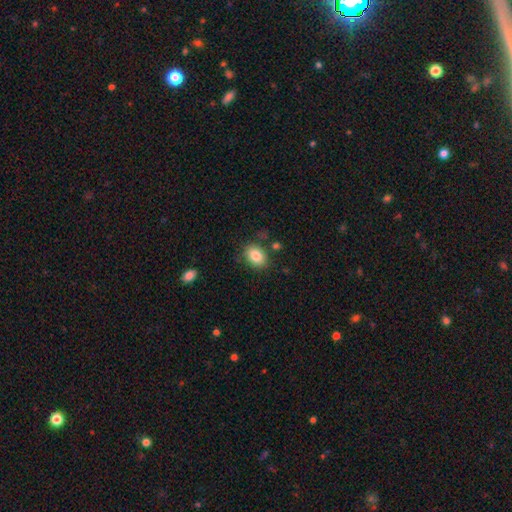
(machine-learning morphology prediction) Smooth or featured?
  - smooth: 84% *
  - star or artifact: 8%
  - featured or disk: 7%
How rounded?
  - in between: 71% *
  - round: 28%
  - cigar-shaped: 1%
Merging?
  - none: 79% *
  - minor disturbance: 13%
  - merger: 5%
  - major disturbance: 3%